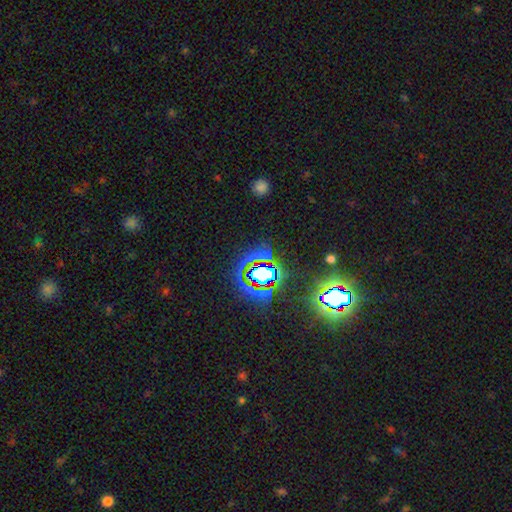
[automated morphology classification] smooth-or-featured: star or artifact: 77% | smooth: 13% | featured or disk: 10%